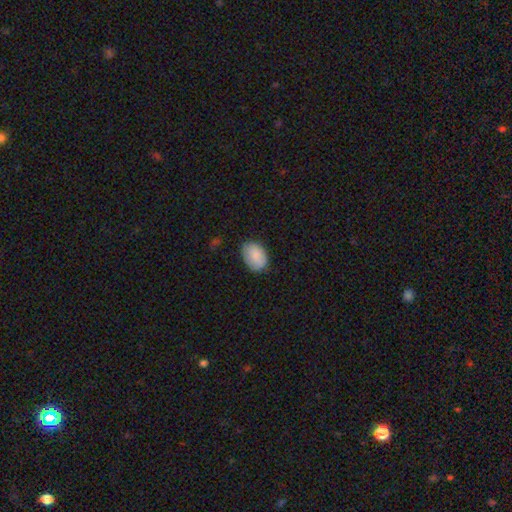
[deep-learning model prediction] smooth 85%, featured or disk 8%, star or artifact 7%. Down the decision tree: how rounded — in between (83%); merging — none (73%).